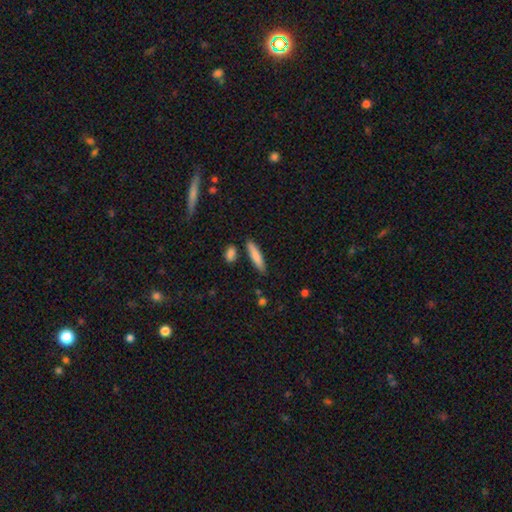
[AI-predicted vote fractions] Smooth or featured?
  - smooth: 80% *
  - featured or disk: 14%
  - star or artifact: 6%
How rounded?
  - cigar-shaped: 81% *
  - in between: 17%
  - round: 2%
Merging?
  - none: 84% *
  - minor disturbance: 10%
  - merger: 4%
  - major disturbance: 2%